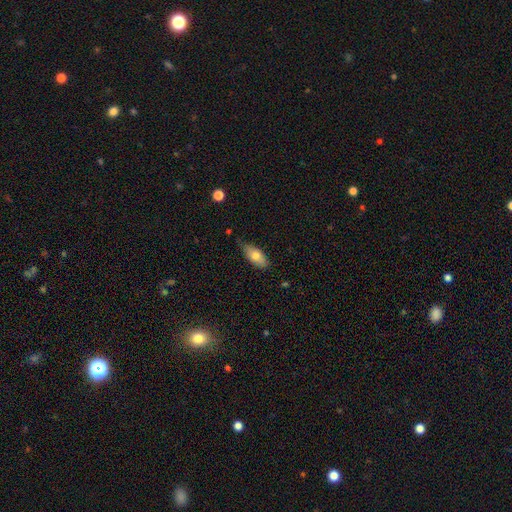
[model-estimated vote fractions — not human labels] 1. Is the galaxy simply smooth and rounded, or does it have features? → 74% smooth, 19% featured or disk, 7% star or artifact.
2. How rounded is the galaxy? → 82% in between, 15% cigar-shaped, 3% round.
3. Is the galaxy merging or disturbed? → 72% none, 23% minor disturbance, 3% major disturbance, 2% merger.